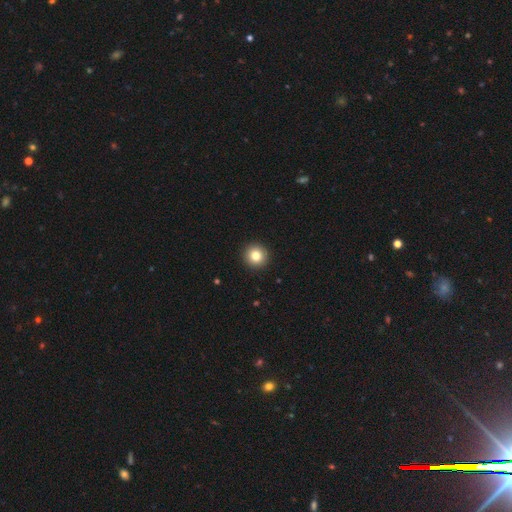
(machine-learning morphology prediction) Overall: smooth (81%). How rounded: round (96%). Merging: none (94%).